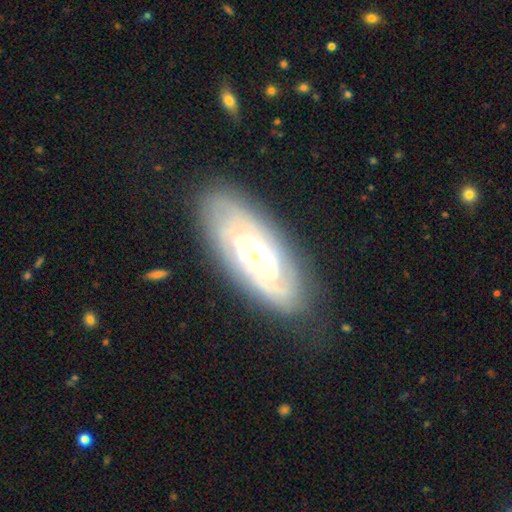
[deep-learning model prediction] This is clearly a featured or disk galaxy (82%). It is clearly not viewed edge-on (89%). Bar: possibly no (48%). Spiral arm pattern: clearly yes (94%). Spiral arm count: marginally can't tell (42%). Spiral winding: likely tight (74%). Central bulge: possibly moderate (54%). Merging: likely none (79%).